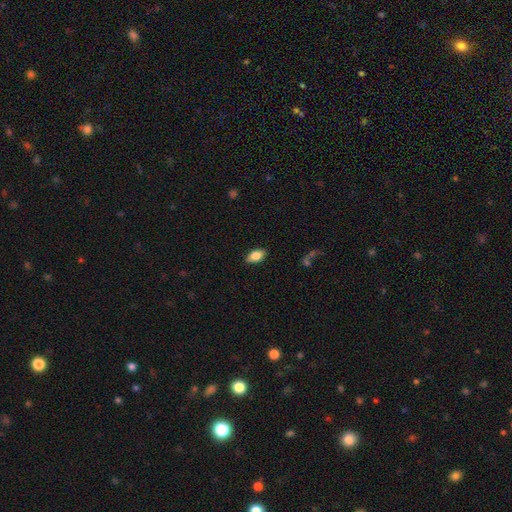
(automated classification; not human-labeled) smooth_or_featured: smooth (p=0.82) [alt: featured or disk p=0.11]
how_rounded: in between (p=0.91) [alt: cigar-shaped p=0.04]
merging: none (p=0.88) [alt: minor disturbance p=0.09]